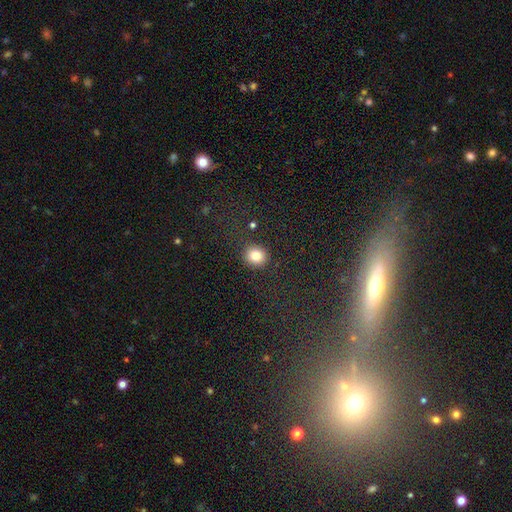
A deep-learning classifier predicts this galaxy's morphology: Q: Smooth or featured?
A: smooth (83%); runner-up: star or artifact (11%)
Q: How rounded?
A: round (85%); runner-up: in between (14%)
Q: Merging?
A: none (88%); runner-up: minor disturbance (7%)